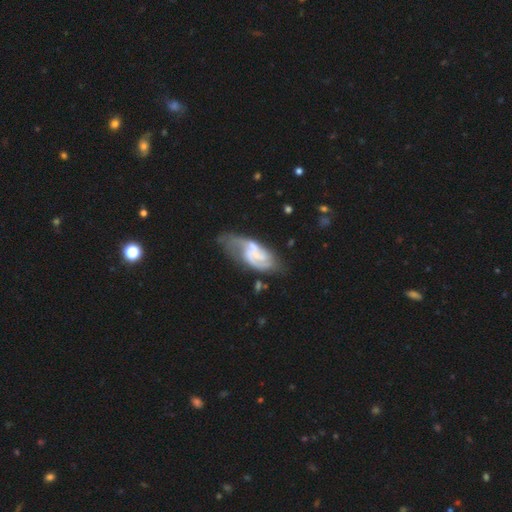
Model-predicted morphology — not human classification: Smooth or featured? Predicted: featured or disk (p=0.79). Edge-on disk? Predicted: no (p=0.97). Bar? Predicted: no (p=0.45). Spiral arms? Predicted: yes (p=0.92). Spiral winding? Predicted: medium (p=0.46). Spiral arm count? Predicted: 2 (p=0.65). Bulge size? Predicted: none (p=0.42). Merging? Predicted: none (p=0.40).